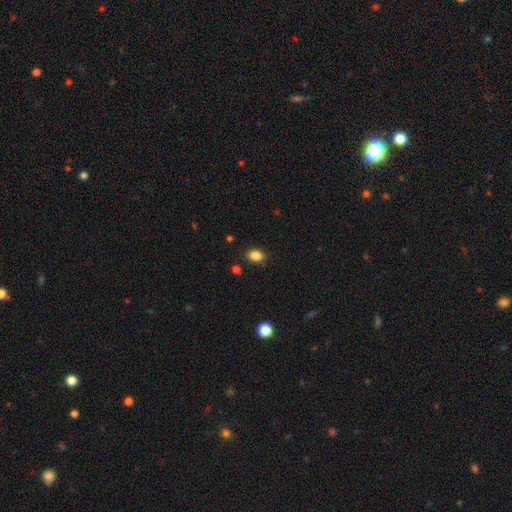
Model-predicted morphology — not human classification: This appears to be a smooth galaxy with no disk features (85%) that is in between round and cigar-shaped (73%). Merging: none (86%).